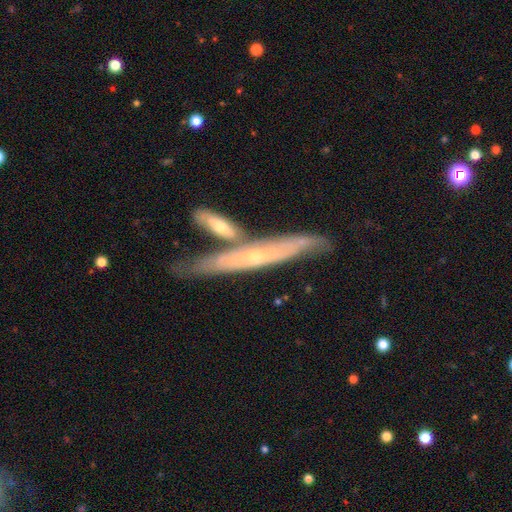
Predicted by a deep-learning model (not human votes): A featured or disk galaxy (71%) viewed edge-on (76%) with a rounded central bulge (52%).

Vote fractions:
- Smooth or featured? featured or disk: 71% / smooth: 23% / star or artifact: 6%
- Edge-on disk? yes: 76% / no: 24%
- Edge-on bulge? rounded: 52% / none: 45% / boxy: 3%
- Merging? none: 62% / merger: 19% / minor disturbance: 15% / major disturbance: 4%